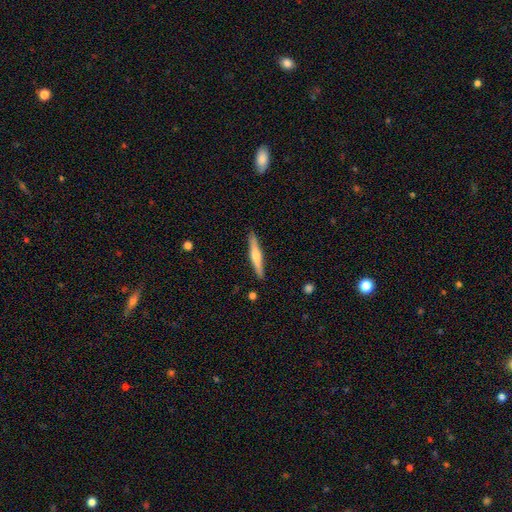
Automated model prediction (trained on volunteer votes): Morphology: type=featured or disk (54%); edge-on=yes (97%); edge-on bulge=rounded (73%); merging=none (90%).